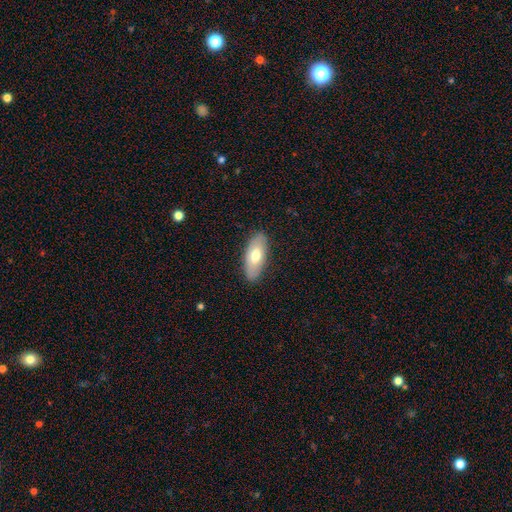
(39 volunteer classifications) A smooth galaxy with no disk features (67%) that is in between round and cigar-shaped (73%). Merging: none (89%).